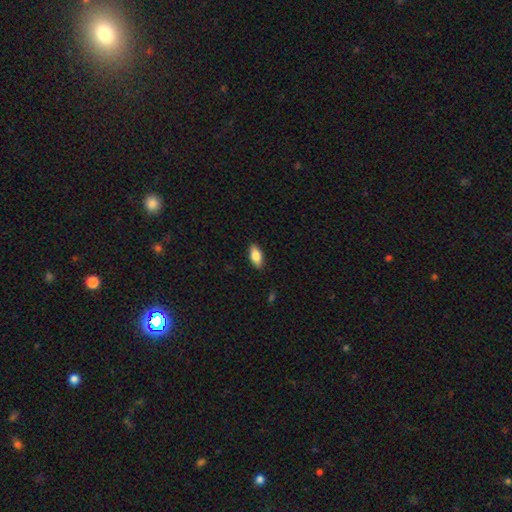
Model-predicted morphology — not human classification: Smooth or featured: smooth — 82% (featured or disk — 12%)
How rounded: in between — 89% (cigar-shaped — 8%)
Merging: none — 88% (minor disturbance — 9%)